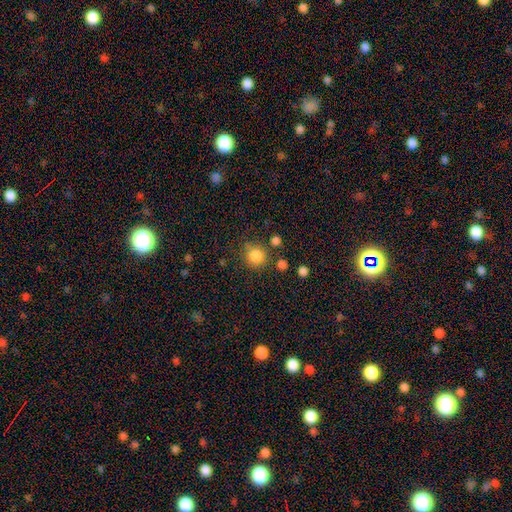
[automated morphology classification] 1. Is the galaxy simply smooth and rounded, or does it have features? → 84% smooth, 11% star or artifact, 5% featured or disk.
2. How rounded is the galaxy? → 91% round, 8% in between, 1% cigar-shaped.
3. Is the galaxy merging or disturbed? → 76% none, 12% minor disturbance, 7% merger, 5% major disturbance.